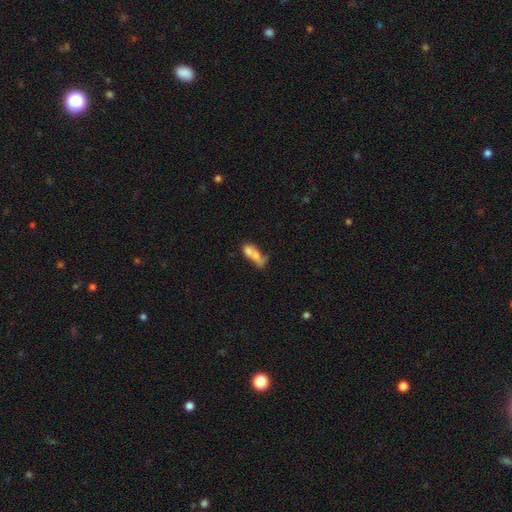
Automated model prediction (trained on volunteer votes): smooth-or-featured: smooth: 61% | featured or disk: 29% | star or artifact: 10%
  how-rounded: in between: 68% | cigar-shaped: 24% | round: 7%
  merging: merger: 56% | none: 19% | major disturbance: 13% | minor disturbance: 12%